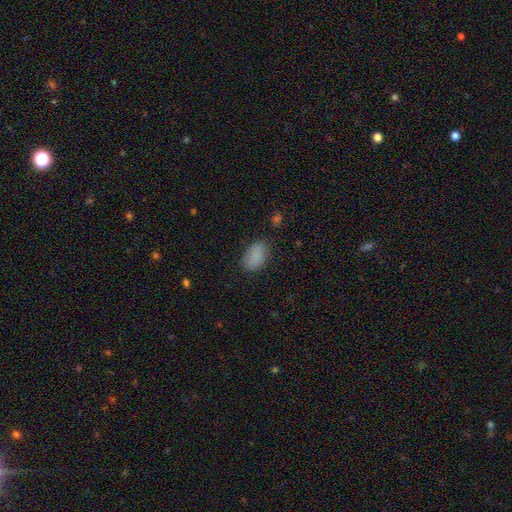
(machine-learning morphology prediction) The model was most divided on "merging": none: 80%, minor disturbance: 15%, major disturbance: 4%, merger: 1%. More confident: how rounded — in between (90%); smooth or featured — smooth (87%).